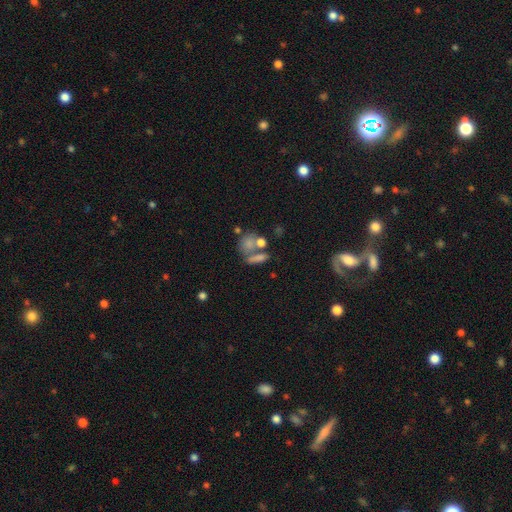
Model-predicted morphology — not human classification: Smooth or featured? smooth (66%)
How rounded? in between (51%)
Merging? merger (42%)